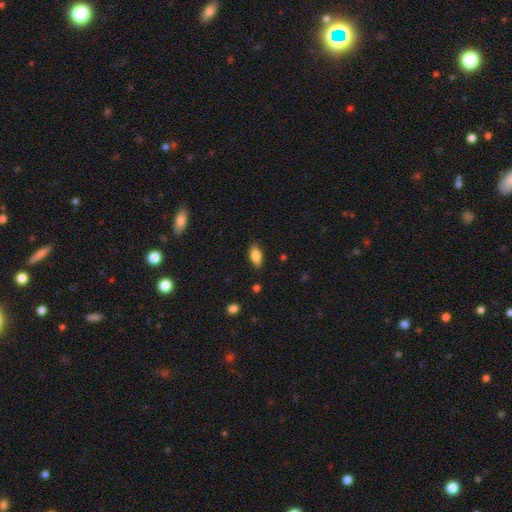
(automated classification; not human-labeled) Smooth or featured: smooth — 76% (featured or disk — 16%)
How rounded: in between — 82% (cigar-shaped — 15%)
Merging: none — 81% (minor disturbance — 14%)